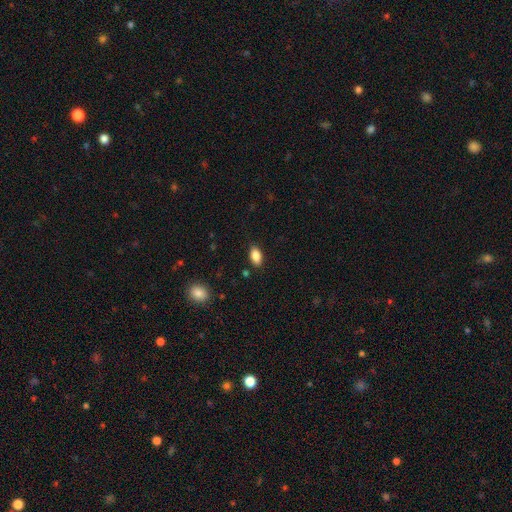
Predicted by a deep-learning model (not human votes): This is clearly a smooth galaxy (87%). How rounded: clearly in between (91%). Merging: clearly none (85%).